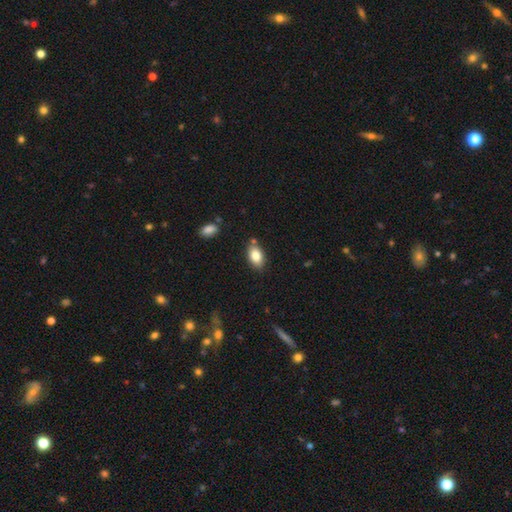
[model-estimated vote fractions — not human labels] The model was most divided on "merging": none: 79%, minor disturbance: 13%, merger: 5%, major disturbance: 3%. More confident: how rounded — in between (90%); smooth or featured — smooth (82%).